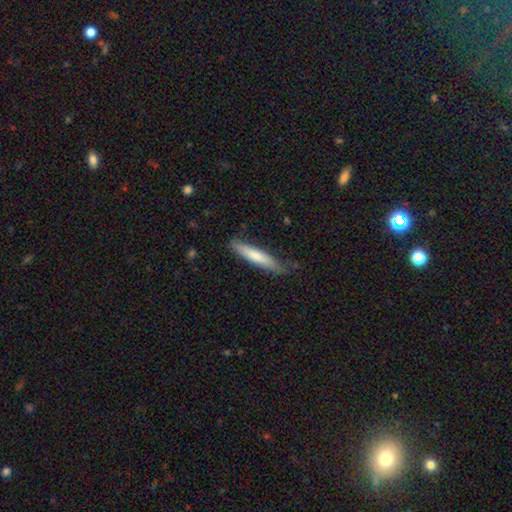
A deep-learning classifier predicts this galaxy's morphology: Smooth or featured? Predicted: smooth (p=0.70). How rounded? Predicted: cigar-shaped (p=0.89). Merging? Predicted: none (p=0.73).